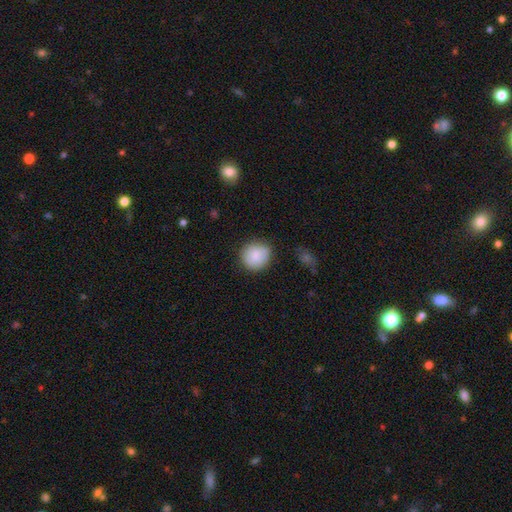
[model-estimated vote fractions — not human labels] The model was most divided on "merging": none: 78%, minor disturbance: 16%, major disturbance: 4%, merger: 3%. More confident: how rounded — round (90%); smooth or featured — smooth (82%).